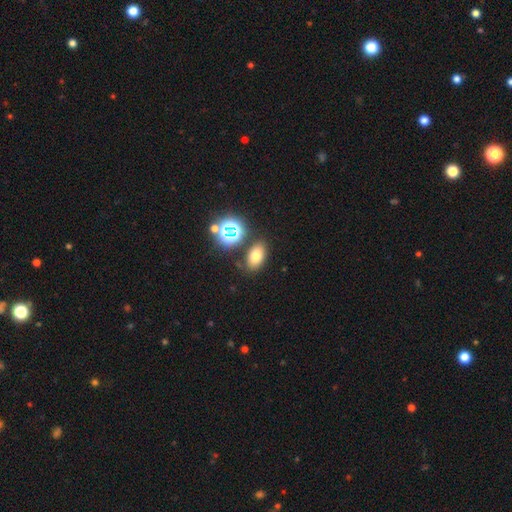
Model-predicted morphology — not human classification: Smooth or featured: smooth — 68% (star or artifact — 21%)
How rounded: in between — 82% (round — 16%)
Merging: none — 79% (minor disturbance — 11%)